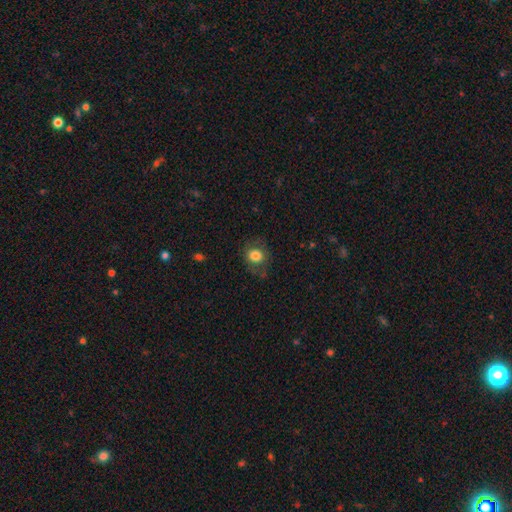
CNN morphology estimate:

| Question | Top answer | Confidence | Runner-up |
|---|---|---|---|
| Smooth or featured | smooth | 79% | featured or disk (12%) |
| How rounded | round | 71% | in between (28%) |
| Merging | none | 73% | minor disturbance (17%) |